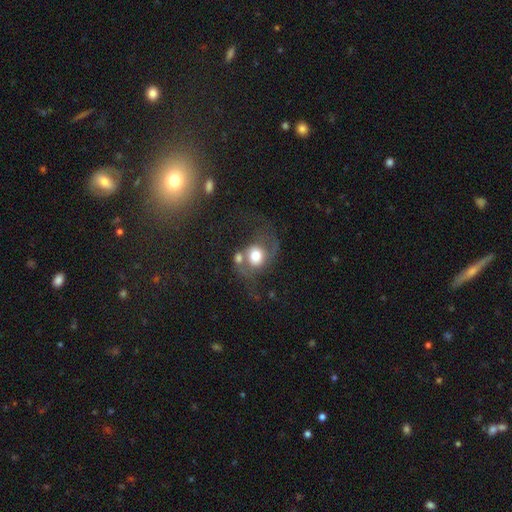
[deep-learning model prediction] Smooth or featured? Predicted: featured or disk (p=0.49). Merging? Predicted: merger (p=0.33).